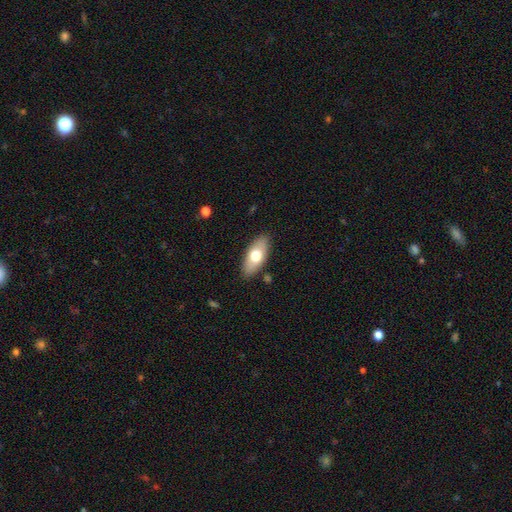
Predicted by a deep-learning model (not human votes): Smooth or featured? Predicted: smooth (p=0.66). How rounded? Predicted: in between (p=0.86). Merging? Predicted: none (p=0.87).